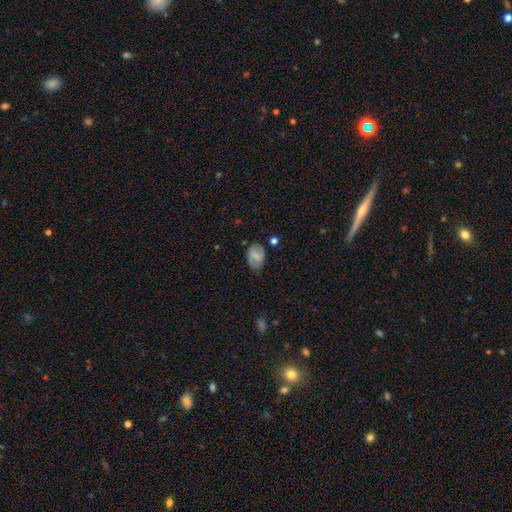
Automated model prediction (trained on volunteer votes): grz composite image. It shows a smooth galaxy with no disk features (56%) that is in between round and cigar-shaped (83%). Merging: none (66%).